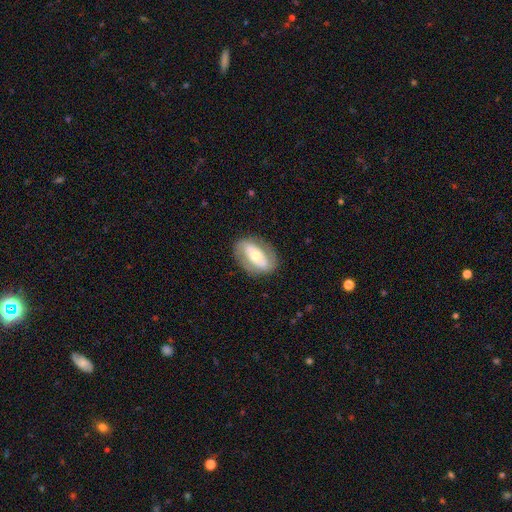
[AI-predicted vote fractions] Smooth or featured? featured or disk (60%)
Edge-on disk? no (92%)
Bar? no (44%)
Spiral arms? yes (52%)
Bulge size? moderate (61%)
Merging? none (80%)